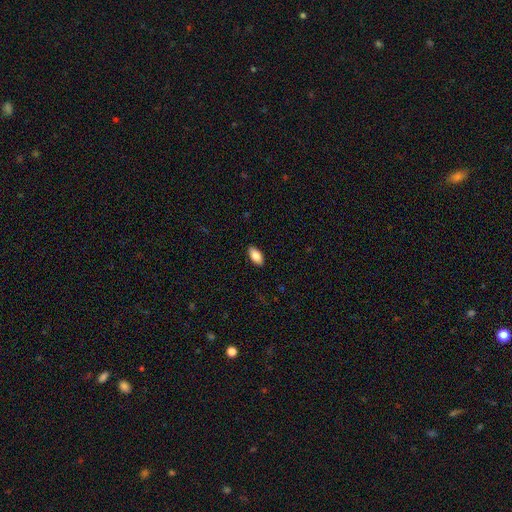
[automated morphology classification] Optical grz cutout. It shows a smooth galaxy with no disk features (85%) that is in between round and cigar-shaped (93%). Merging: none (89%).